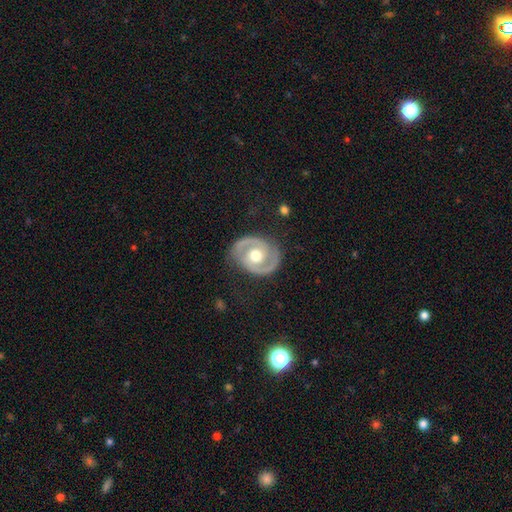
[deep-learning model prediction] A featured or disk galaxy (87%) with no bar (66%), 2 (91%) medium (47%) spiral arms (90%) and a moderate central bulge (77%). Merging: none (81%).